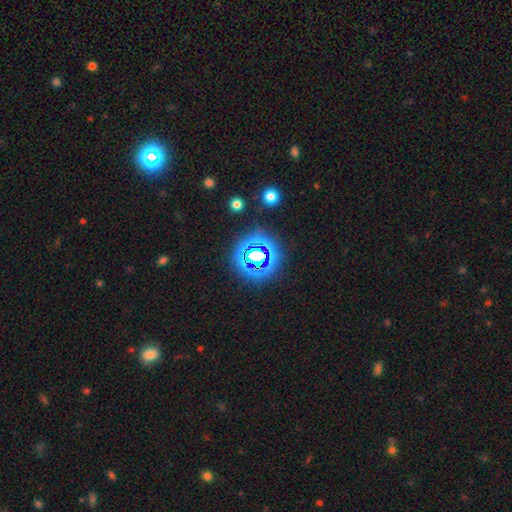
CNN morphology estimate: This appears to be a star or artifact, not a galaxy (68%).